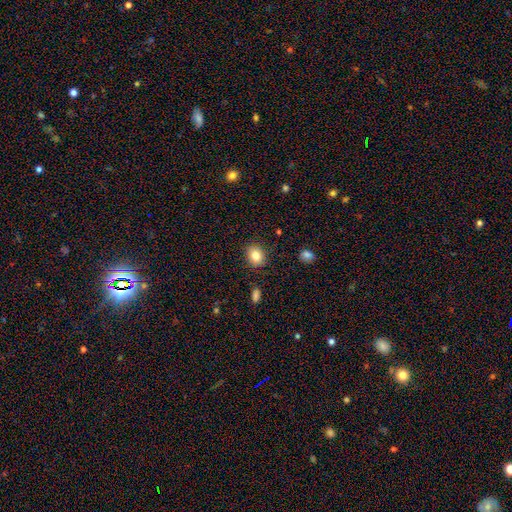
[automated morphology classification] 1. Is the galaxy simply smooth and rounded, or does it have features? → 83% smooth, 10% star or artifact, 7% featured or disk.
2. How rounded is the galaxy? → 56% round, 43% in between, 1% cigar-shaped.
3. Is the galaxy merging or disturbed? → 88% none, 9% minor disturbance, 2% major disturbance, 1% merger.